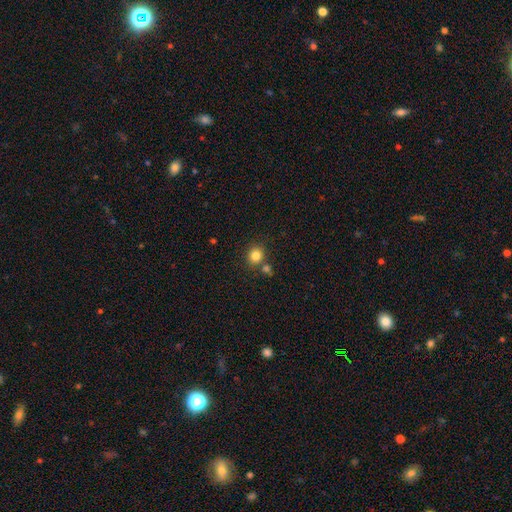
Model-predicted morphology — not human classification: Overall: smooth (83%). How rounded: round (83%). Merging: none (74%).